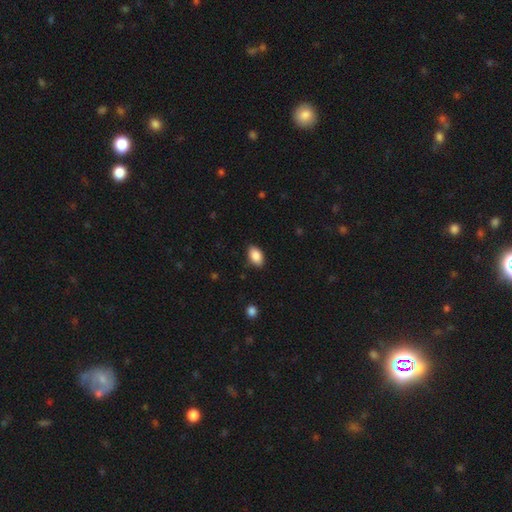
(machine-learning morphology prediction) Smooth or featured?
  - smooth: 88% *
  - star or artifact: 7%
  - featured or disk: 5%
How rounded?
  - in between: 92% *
  - round: 6%
  - cigar-shaped: 2%
Merging?
  - none: 87% *
  - minor disturbance: 10%
  - major disturbance: 2%
  - merger: 1%